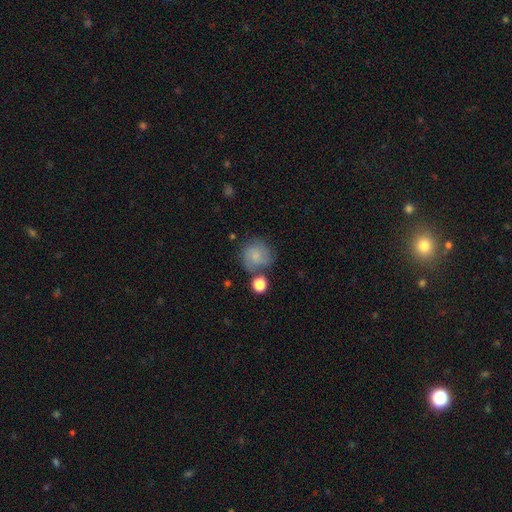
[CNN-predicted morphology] Smooth or featured? smooth (59%)
How rounded? round (85%)
Merging? none (59%)